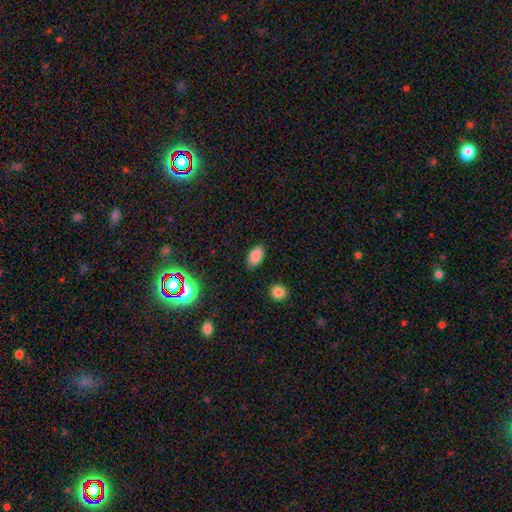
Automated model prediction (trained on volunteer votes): Q: Smooth or featured?
A: smooth (86%); runner-up: star or artifact (10%)
Q: How rounded?
A: in between (92%); runner-up: round (5%)
Q: Merging?
A: none (84%); runner-up: minor disturbance (12%)